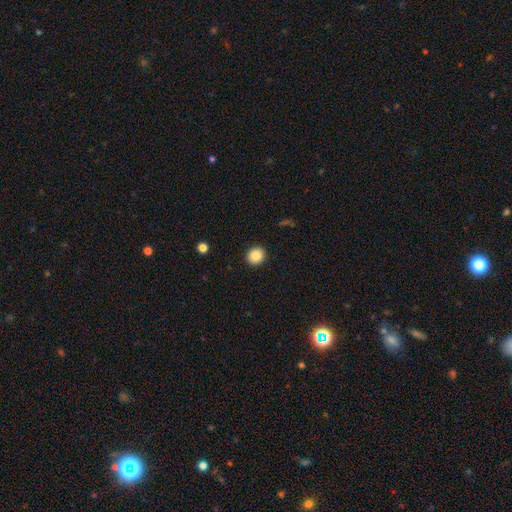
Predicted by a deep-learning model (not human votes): Smooth or featured: smooth — 88% (star or artifact — 9%)
How rounded: round — 82% (in between — 17%)
Merging: none — 92% (minor disturbance — 5%)